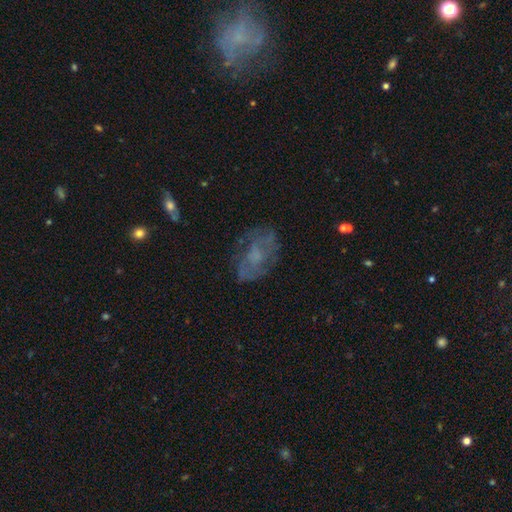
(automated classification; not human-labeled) This appears to be a featured or disk galaxy (56%) with no bar (77%), spiral arms (52%) and no central bulge (37%). Merging: none (68%).